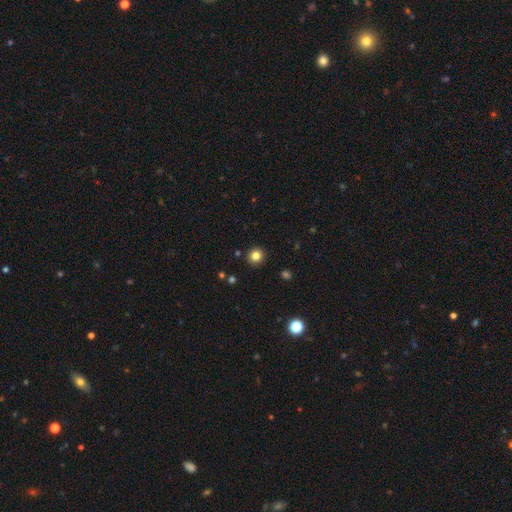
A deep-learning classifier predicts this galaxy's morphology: smooth 82%, star or artifact 13%, featured or disk 6%. Down the decision tree: how rounded — round (93%); merging — none (91%).